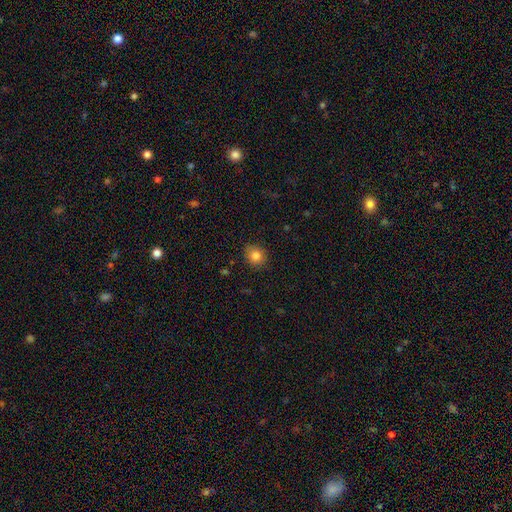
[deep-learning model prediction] smooth 83%, star or artifact 11%, featured or disk 7%. Down the decision tree: how rounded — round (80%); merging — none (86%).